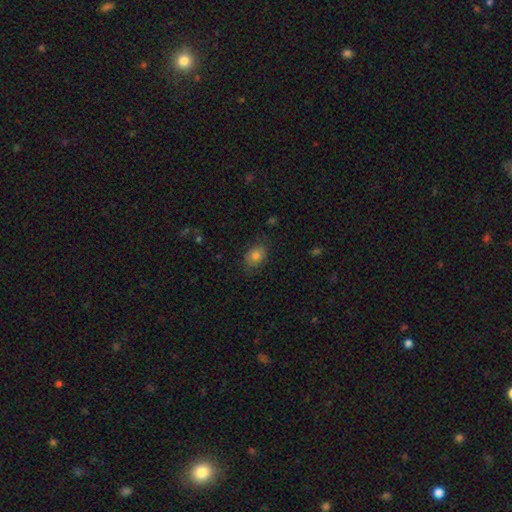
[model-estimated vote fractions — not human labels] Smooth or featured: smooth — 79% (featured or disk — 11%)
How rounded: in between — 65% (round — 34%)
Merging: none — 77% (minor disturbance — 18%)